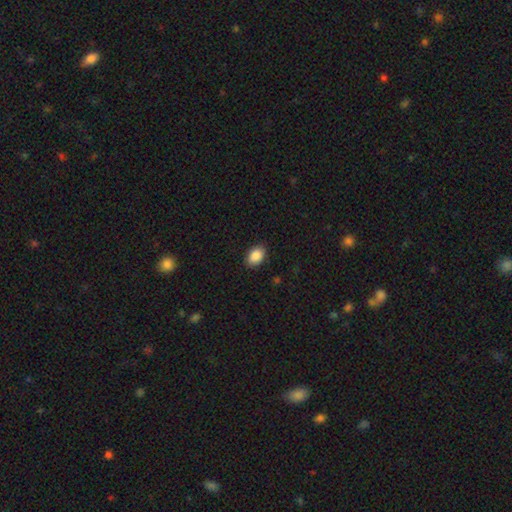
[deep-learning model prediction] smooth 89%, star or artifact 8%, featured or disk 3%. Down the decision tree: how rounded — in between (83%); merging — none (88%).